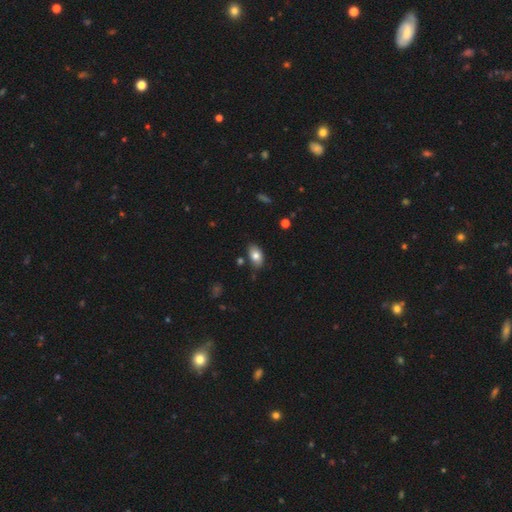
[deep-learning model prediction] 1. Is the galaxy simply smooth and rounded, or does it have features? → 80% smooth, 12% featured or disk, 8% star or artifact.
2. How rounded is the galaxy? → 91% in between, 7% round, 2% cigar-shaped.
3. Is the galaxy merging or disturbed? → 79% none, 15% minor disturbance, 3% merger, 3% major disturbance.